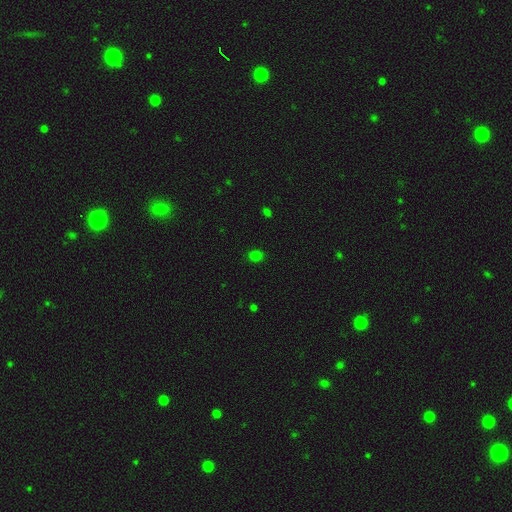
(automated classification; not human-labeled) Q: Smooth or featured?
A: smooth (77%); runner-up: star or artifact (19%)
Q: How rounded?
A: round (67%); runner-up: in between (32%)
Q: Merging?
A: none (89%); runner-up: minor disturbance (8%)